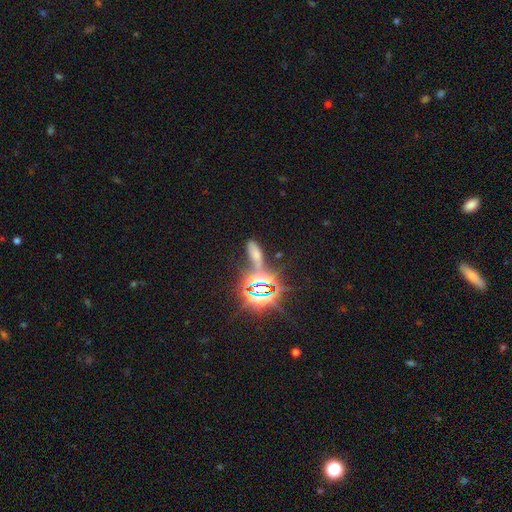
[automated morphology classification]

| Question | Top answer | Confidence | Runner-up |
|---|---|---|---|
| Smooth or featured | star or artifact | 63% | smooth (23%) |